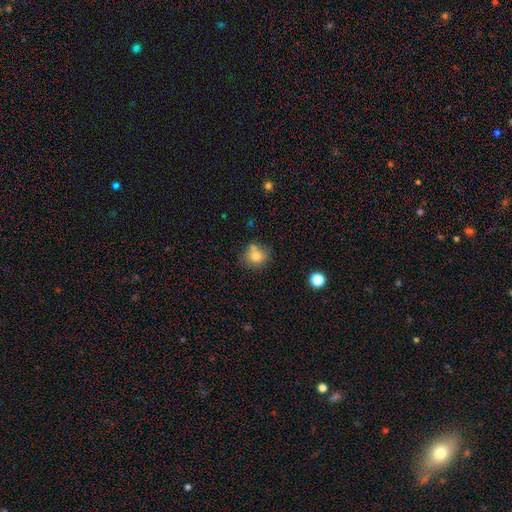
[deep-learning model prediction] Morphology: type=smooth (77%); roundness=round (80%); merging=none (61%).